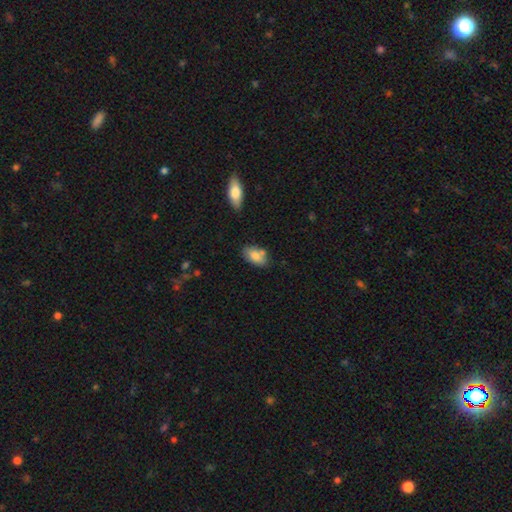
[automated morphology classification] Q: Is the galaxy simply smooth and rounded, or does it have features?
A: smooth — 80%.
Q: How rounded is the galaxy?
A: in between — 91%.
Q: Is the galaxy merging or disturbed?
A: none — 64%.